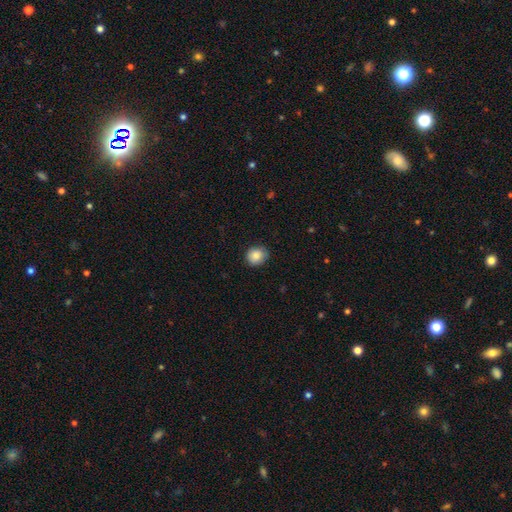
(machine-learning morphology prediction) The model was most divided on "how rounded": round: 76%, in between: 23%, cigar-shaped: 1%. More confident: smooth or featured — smooth (85%); merging — none (84%).